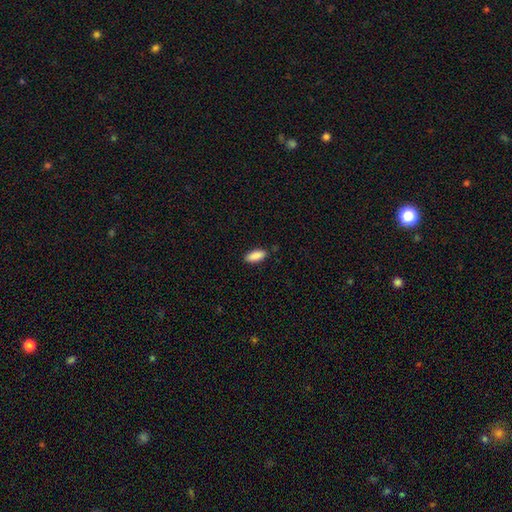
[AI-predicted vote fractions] Smooth or featured?
  - smooth: 90% *
  - star or artifact: 6%
  - featured or disk: 4%
How rounded?
  - in between: 81% *
  - cigar-shaped: 18%
  - round: 2%
Merging?
  - none: 86% *
  - minor disturbance: 10%
  - major disturbance: 2%
  - merger: 1%